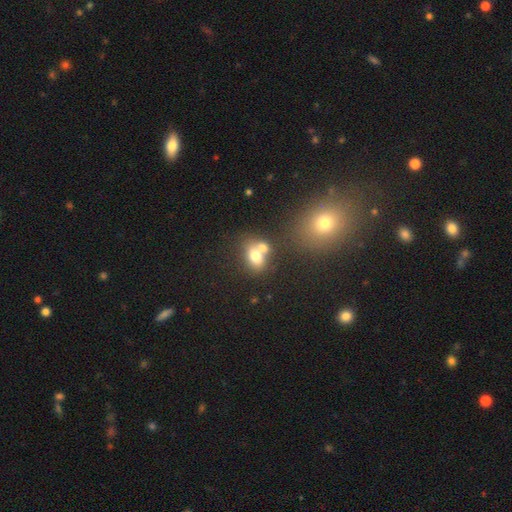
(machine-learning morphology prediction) A smooth galaxy with no disk features (73%) that is in between round and cigar-shaped (66%). Merging: merger (51%).